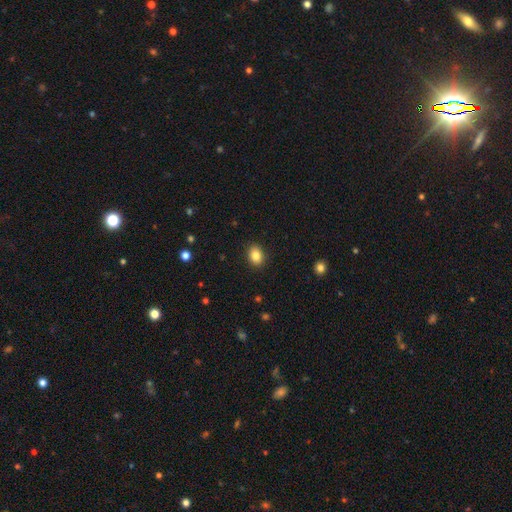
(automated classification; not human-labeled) Smooth or featured: smooth — 85% (star or artifact — 9%)
How rounded: in between — 67% (round — 32%)
Merging: none — 89% (minor disturbance — 8%)